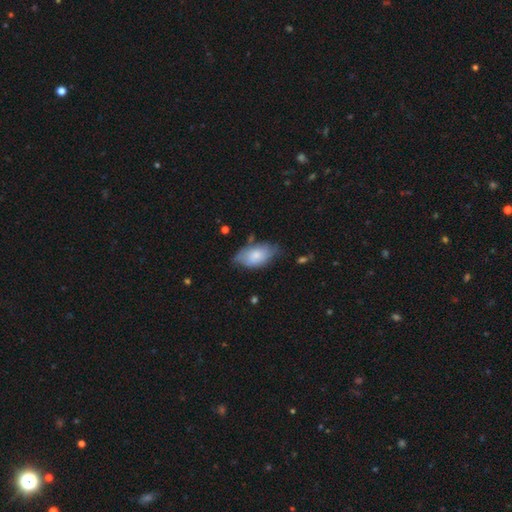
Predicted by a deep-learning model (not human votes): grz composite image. It shows a smooth galaxy with no disk features (67%) that is in between round and cigar-shaped (93%). Merging: none (54%).